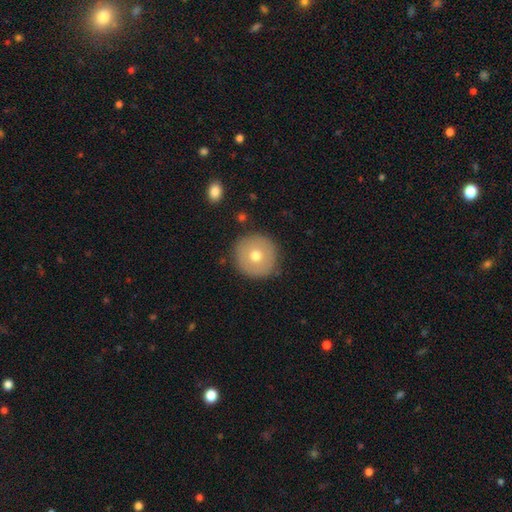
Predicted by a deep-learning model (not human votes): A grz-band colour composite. It shows a smooth galaxy with no disk features (67%) that is round (96%). Merging: none (90%).